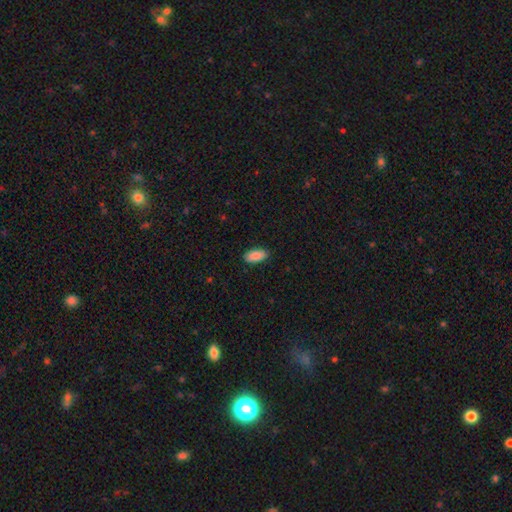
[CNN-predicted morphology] A smooth galaxy with no disk features (88%) that is in between round and cigar-shaped (92%).

Vote fractions:
- Smooth or featured? smooth: 88% / star or artifact: 6% / featured or disk: 5%
- How rounded? in between: 92% / cigar-shaped: 6% / round: 2%
- Merging? none: 88% / minor disturbance: 9% / major disturbance: 2% / merger: 1%